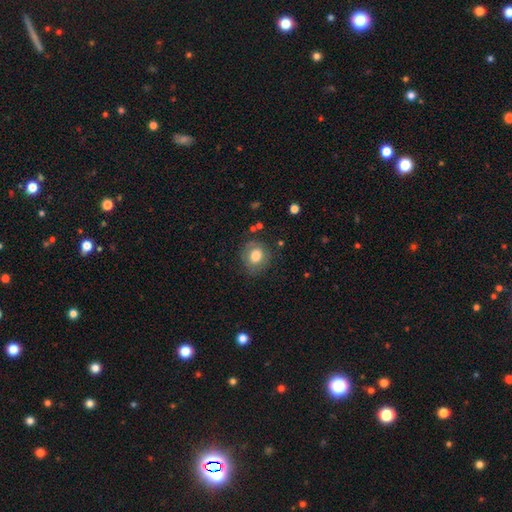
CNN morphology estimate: Overall: smooth (74%). How rounded: round (73%). Merging: none (76%).